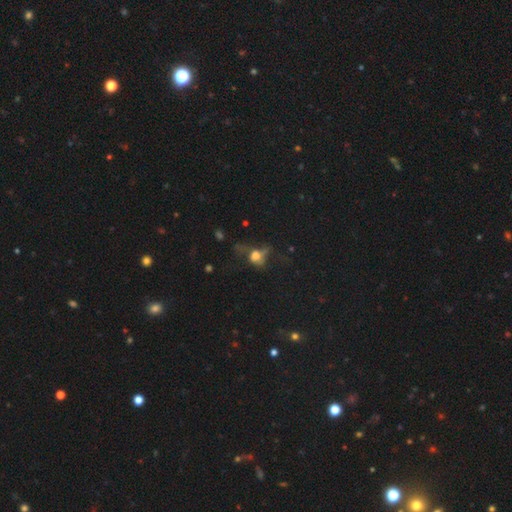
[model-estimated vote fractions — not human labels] The model was most divided on "merging": major disturbance: 45%, none: 32%, minor disturbance: 17%, merger: 6%. Remaining: smooth or featured — smooth (48%).